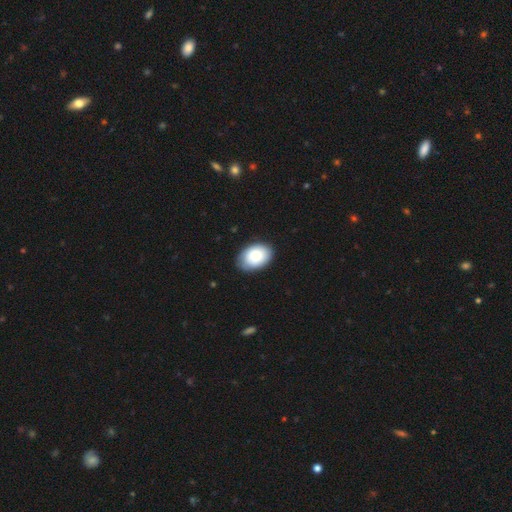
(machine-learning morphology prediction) A smooth galaxy with no disk features (83%) that is in between round and cigar-shaped (84%). Merging: none (82%).